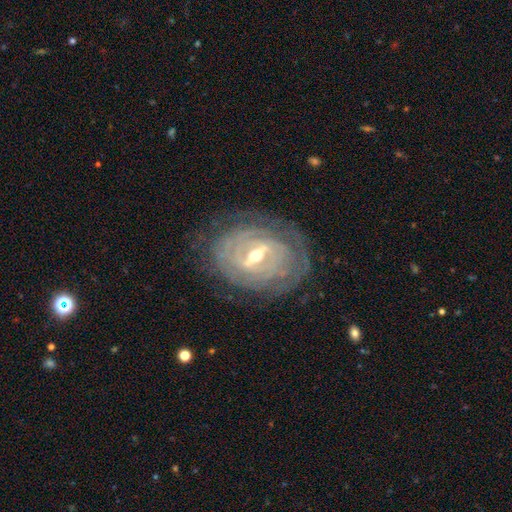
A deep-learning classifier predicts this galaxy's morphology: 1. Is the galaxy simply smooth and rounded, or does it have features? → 87% featured or disk, 7% smooth, 5% star or artifact.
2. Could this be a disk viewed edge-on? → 94% no, 6% yes.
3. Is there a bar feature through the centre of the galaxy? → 51% strong, 39% weak, 10% no.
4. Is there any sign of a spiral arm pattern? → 88% yes, 12% no.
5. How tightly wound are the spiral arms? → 81% tight, 15% medium, 4% loose.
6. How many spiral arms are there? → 48% can't tell, 17% 2, 12% 3, 11% 4, 7% more than 4, 5% 1.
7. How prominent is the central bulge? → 58% moderate, 37% small, 3% large, 1% none, 1% dominant.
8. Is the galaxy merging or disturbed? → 77% none, 15% minor disturbance, 6% major disturbance, 1% merger.